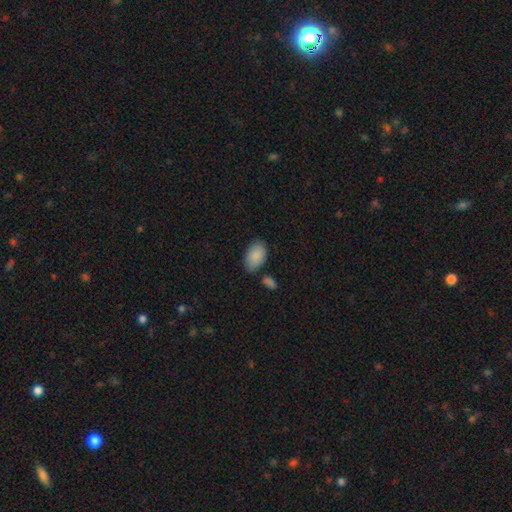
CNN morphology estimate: The model was most divided on "merging": none: 73%, minor disturbance: 16%, merger: 7%, major disturbance: 4%. More confident: how rounded — in between (93%); smooth or featured — smooth (88%).